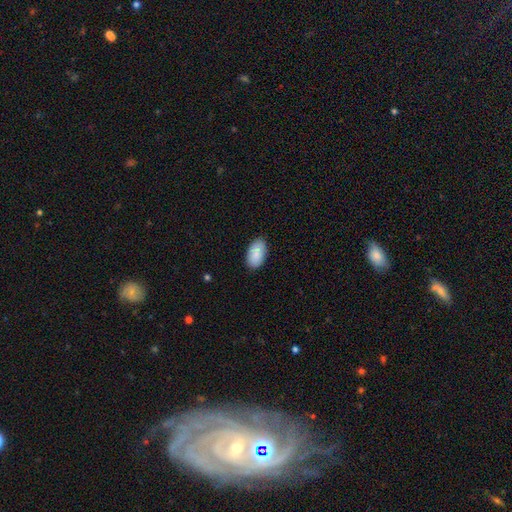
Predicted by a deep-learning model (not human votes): Smooth or featured? smooth (88%)
How rounded? in between (95%)
Merging? none (86%)